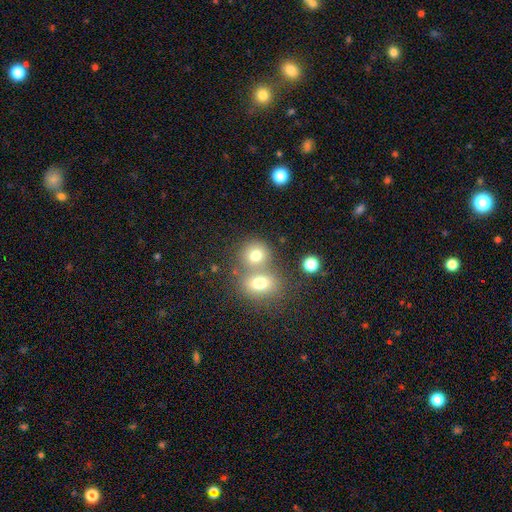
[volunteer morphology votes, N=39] Overall: smooth (92%). How rounded: round (78%). Merging: merger (61%; none 34%).